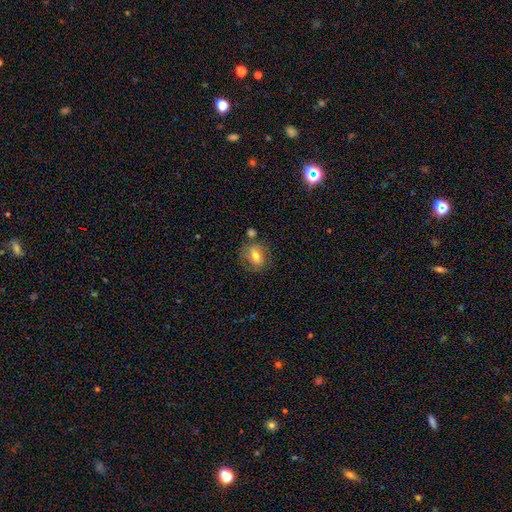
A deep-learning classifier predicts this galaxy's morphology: Smooth or featured? smooth (67%)
How rounded? in between (52%)
Merging? none (67%)